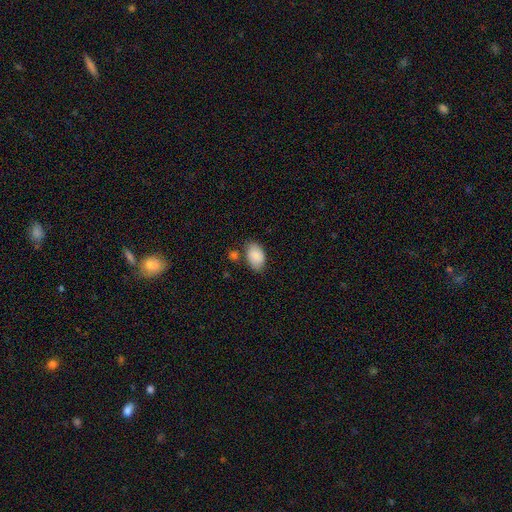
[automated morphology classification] smooth 86%, featured or disk 7%, star or artifact 7%. Down the decision tree: how rounded — in between (91%); merging — none (69%).